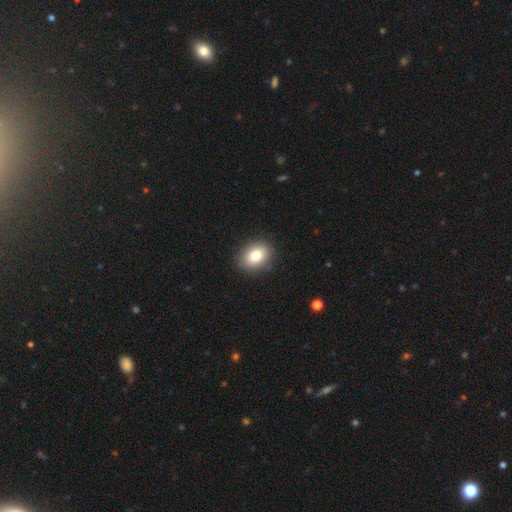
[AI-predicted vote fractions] Smooth or featured?
  - smooth: 82% *
  - star or artifact: 9%
  - featured or disk: 9%
How rounded?
  - in between: 59% *
  - round: 40%
  - cigar-shaped: 1%
Merging?
  - none: 89% *
  - minor disturbance: 8%
  - major disturbance: 2%
  - merger: 1%